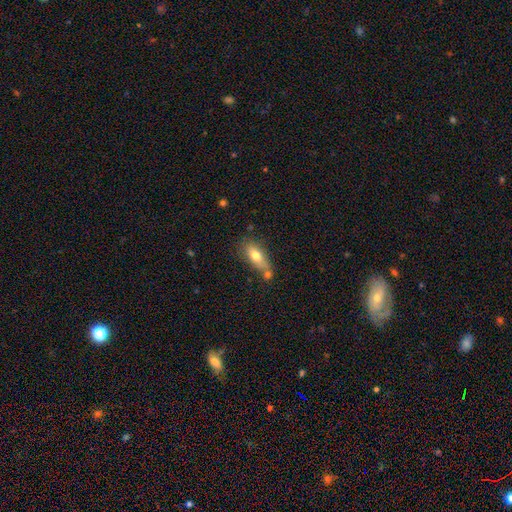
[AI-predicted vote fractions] Smooth or featured: smooth — 70% (featured or disk — 23%)
How rounded: in between — 73% (cigar-shaped — 22%)
Merging: none — 53% (merger — 21%)